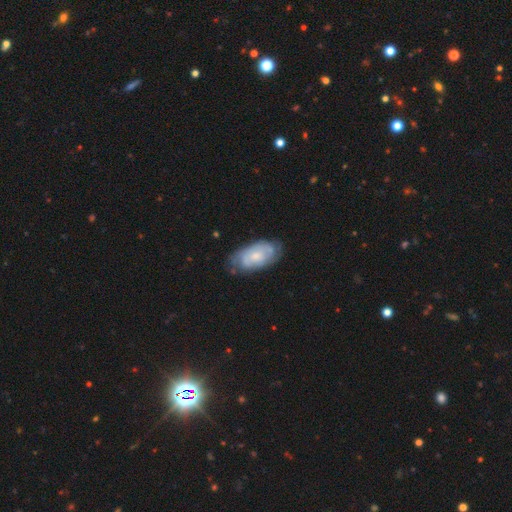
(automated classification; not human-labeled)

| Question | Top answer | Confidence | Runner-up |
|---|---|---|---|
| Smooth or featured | featured or disk | 56% | smooth (38%) |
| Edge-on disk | no | 93% | yes (7%) |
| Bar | no | 77% | weak (20%) |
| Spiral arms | yes | 69% | no (31%) |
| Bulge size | small | 56% | moderate (34%) |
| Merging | none | 64% | minor disturbance (26%) |